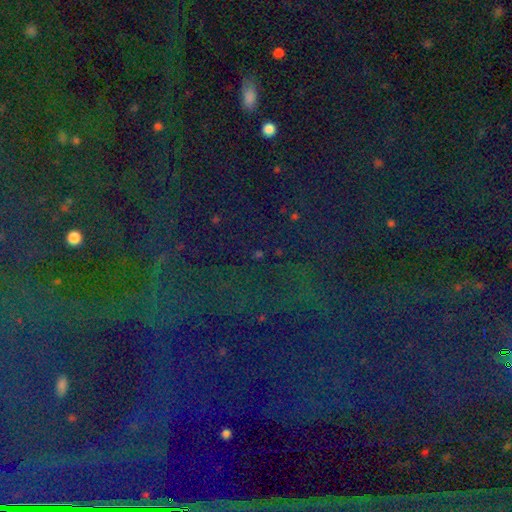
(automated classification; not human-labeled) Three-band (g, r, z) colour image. It shows a star or artifact, not a galaxy (85%).